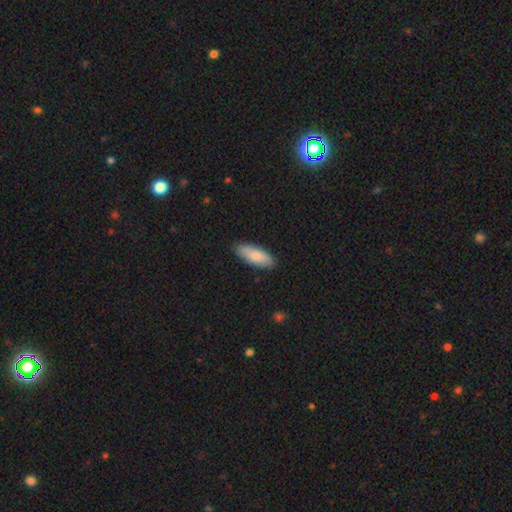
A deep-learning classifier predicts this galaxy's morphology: Smooth or featured: smooth — 84% (featured or disk — 11%)
How rounded: in between — 71% (cigar-shaped — 27%)
Merging: none — 86% (minor disturbance — 11%)